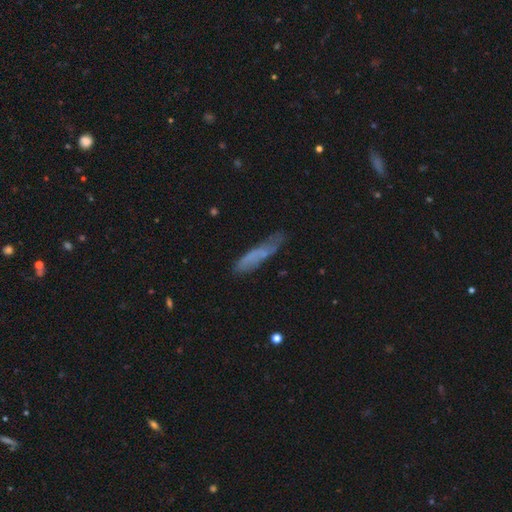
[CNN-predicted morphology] A smooth galaxy with no disk features (58%) that is cigar-shaped (79%).

Vote fractions:
- Smooth or featured? smooth: 58% / featured or disk: 32% / star or artifact: 9%
- How rounded? cigar-shaped: 79% / in between: 19% / round: 2%
- Merging? none: 59% / minor disturbance: 28% / major disturbance: 10% / merger: 3%